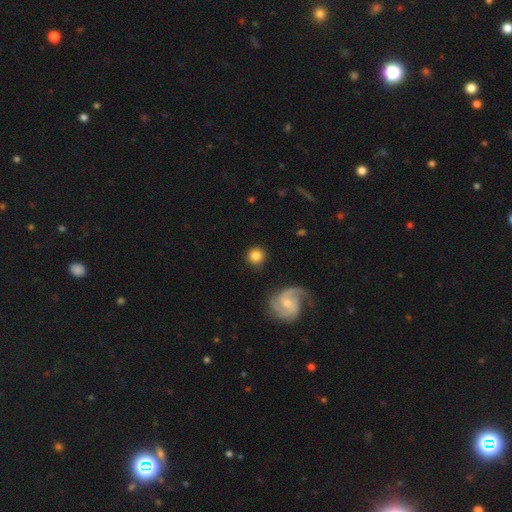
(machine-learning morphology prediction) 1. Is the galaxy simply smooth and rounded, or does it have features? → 76% smooth, 16% featured or disk, 8% star or artifact.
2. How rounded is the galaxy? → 93% round, 5% in between, 1% cigar-shaped.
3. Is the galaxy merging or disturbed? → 88% none, 7% minor disturbance, 3% major disturbance, 2% merger.